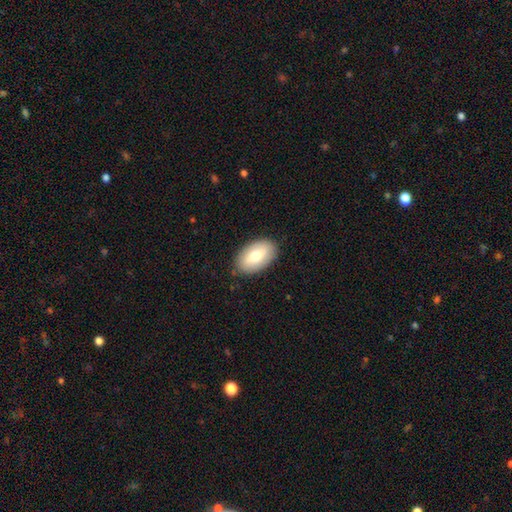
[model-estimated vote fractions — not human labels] Morphology: type=smooth (74%); roundness=in between (94%); merging=none (86%).